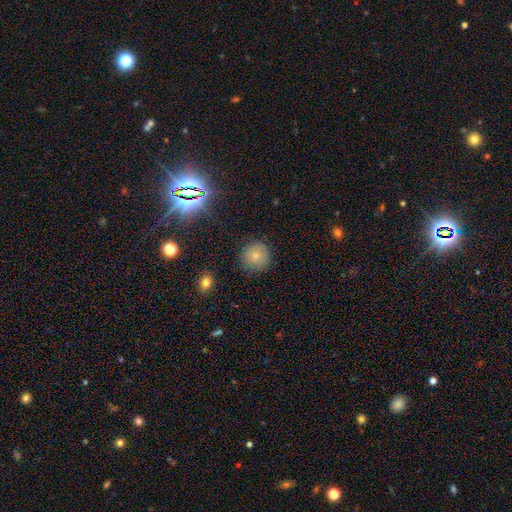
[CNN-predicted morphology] type=smooth (77%); roundness=round (94%); merging=none (86%).